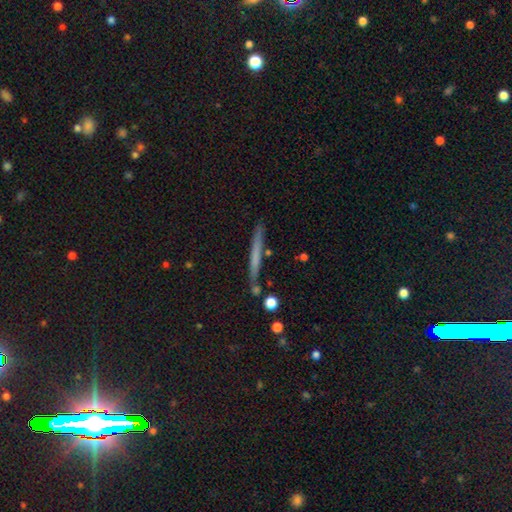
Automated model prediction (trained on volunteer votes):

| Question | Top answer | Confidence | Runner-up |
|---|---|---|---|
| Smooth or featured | smooth | 55% | featured or disk (38%) |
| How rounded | cigar-shaped | 96% | in between (2%) |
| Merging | none | 84% | minor disturbance (10%) |